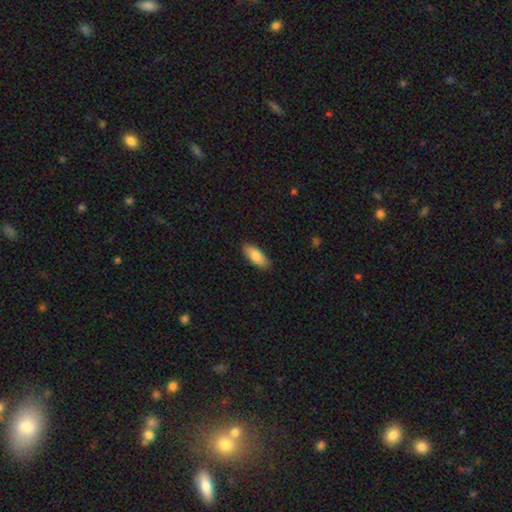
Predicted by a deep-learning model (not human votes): The model was most divided on "how rounded": in between: 81%, cigar-shaped: 17%, round: 2%. More confident: merging — none (88%); smooth or featured — smooth (83%).